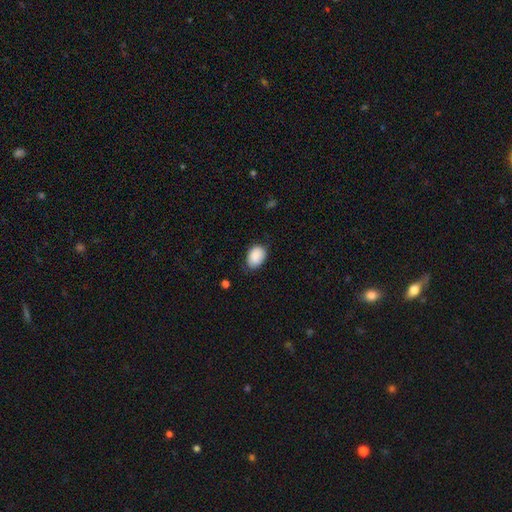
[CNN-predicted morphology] smooth_or_featured: smooth (p=0.88) [alt: star or artifact p=0.07]
how_rounded: in between (p=0.78) [alt: round p=0.21]
merging: none (p=0.69) [alt: minor disturbance p=0.25]